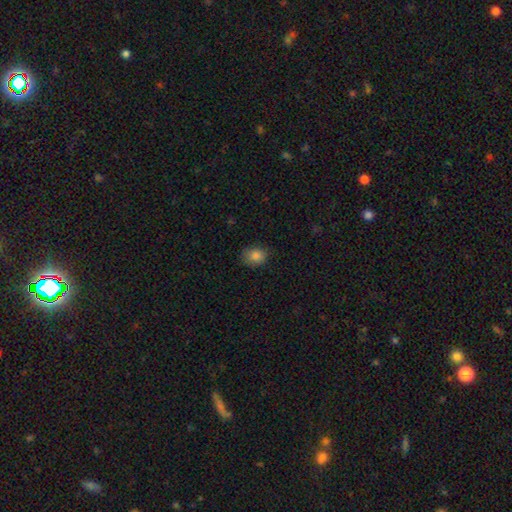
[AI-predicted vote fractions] Smooth or featured? smooth (85%)
How rounded? round (52%)
Merging? none (75%)